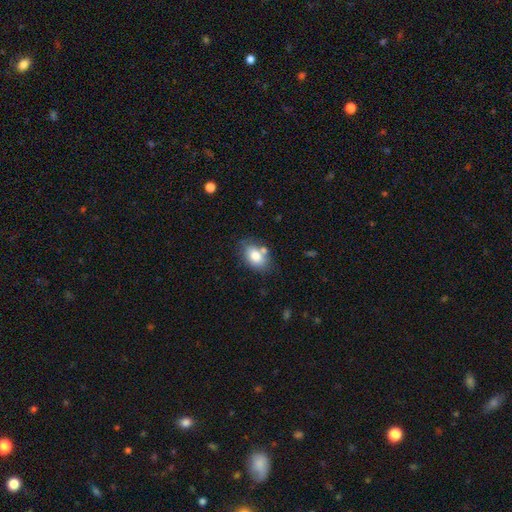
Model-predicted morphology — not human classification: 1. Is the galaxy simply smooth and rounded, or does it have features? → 79% smooth, 13% featured or disk, 8% star or artifact.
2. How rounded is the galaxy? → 84% in between, 15% round, 1% cigar-shaped.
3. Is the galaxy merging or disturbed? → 67% none, 17% minor disturbance, 12% merger, 4% major disturbance.